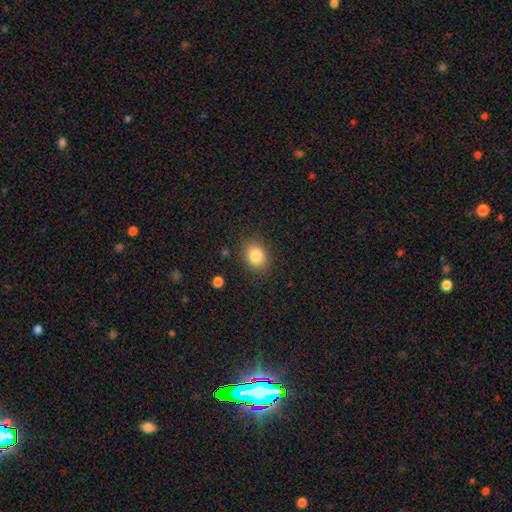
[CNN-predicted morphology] smooth 84%, star or artifact 9%, featured or disk 6%. Down the decision tree: how rounded — in between (51%); merging — none (86%).